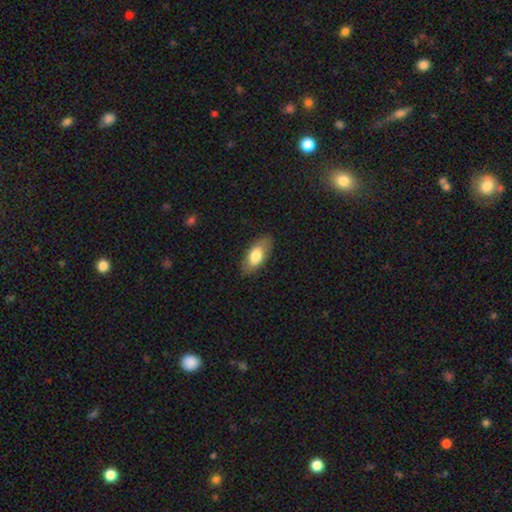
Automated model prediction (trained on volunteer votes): Smooth or featured: smooth — 76% (featured or disk — 18%)
How rounded: in between — 89% (cigar-shaped — 8%)
Merging: none — 84% (minor disturbance — 13%)